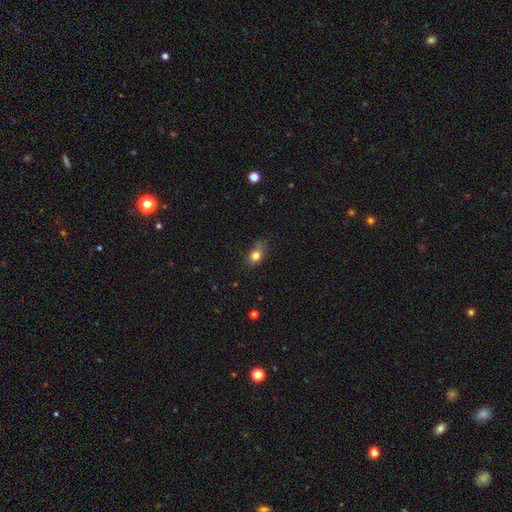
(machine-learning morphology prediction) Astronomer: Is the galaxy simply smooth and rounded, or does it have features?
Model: smooth — 80%.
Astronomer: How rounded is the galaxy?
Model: in between — 68%.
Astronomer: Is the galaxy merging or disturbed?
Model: none — 56% (runner-up: minor disturbance, 31%).